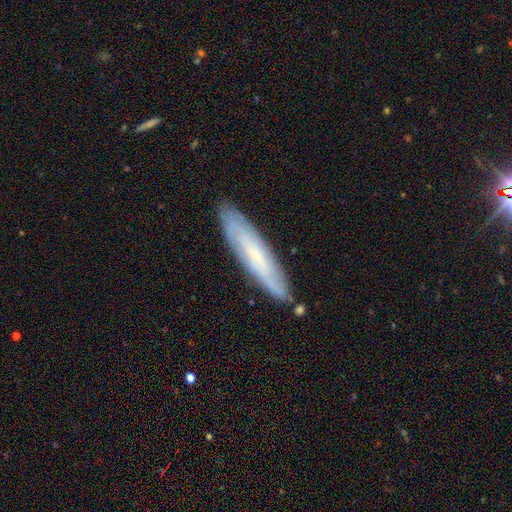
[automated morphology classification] This appears to be a featured or disk galaxy (49%). Merging: none (85%).